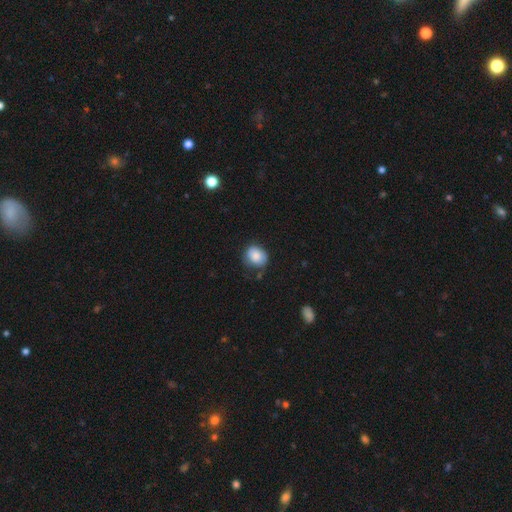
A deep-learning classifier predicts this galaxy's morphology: Overall: smooth (84%). How rounded: round (61%; in between 38%). Merging: none (66%).